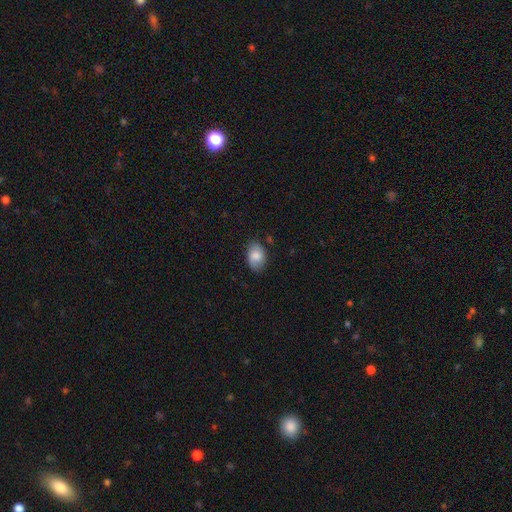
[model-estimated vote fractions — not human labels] A smooth galaxy with no disk features (82%) that is in between round and cigar-shaped (85%).

Vote fractions:
- Smooth or featured? smooth: 82% / featured or disk: 11% / star or artifact: 7%
- How rounded? in between: 85% / round: 14% / cigar-shaped: 1%
- Merging? none: 80% / minor disturbance: 15% / major disturbance: 3% / merger: 1%